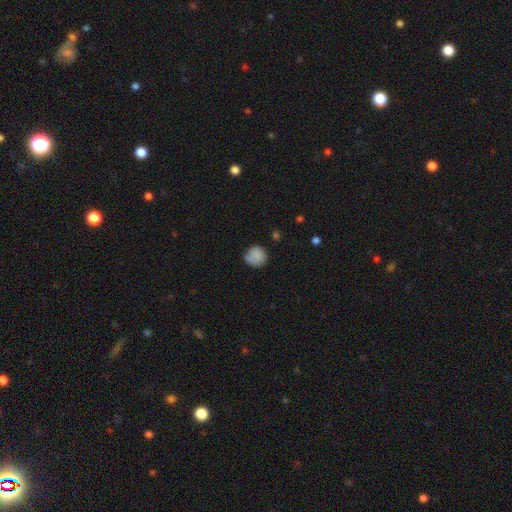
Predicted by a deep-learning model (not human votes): smooth_or_featured: smooth (p=0.85) [alt: star or artifact p=0.09]
how_rounded: round (p=0.89) [alt: in between p=0.10]
merging: none (p=0.71) [alt: minor disturbance p=0.22]